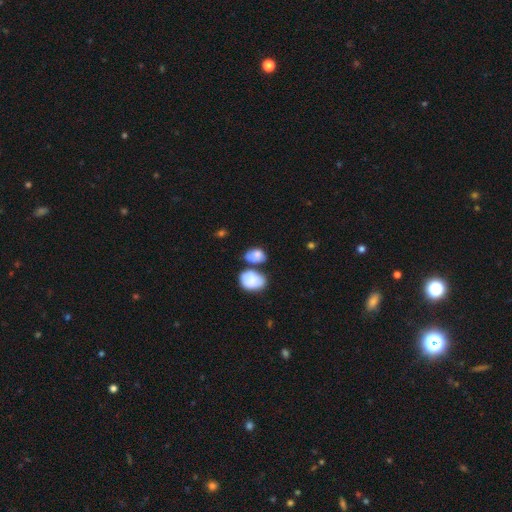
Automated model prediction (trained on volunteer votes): This appears to be a smooth galaxy with no disk features (79%) that is in between round and cigar-shaped (77%). Merging: merger (41%).